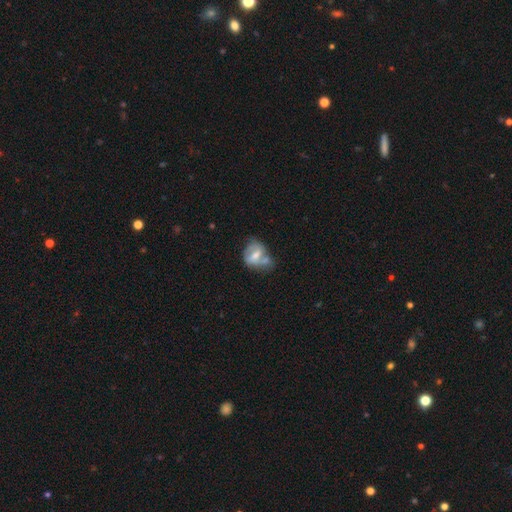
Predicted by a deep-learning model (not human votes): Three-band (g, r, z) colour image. It shows a featured or disk galaxy (56%) with a weak bar (43%), spiral arms (58%) and a moderate central bulge (53%). Merging: none (32%).